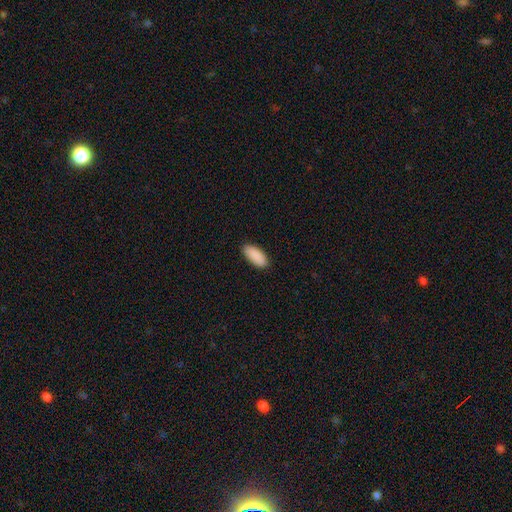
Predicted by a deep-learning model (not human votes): This is clearly a smooth galaxy (91%). How rounded: clearly in between (87%). Merging: clearly none (88%).